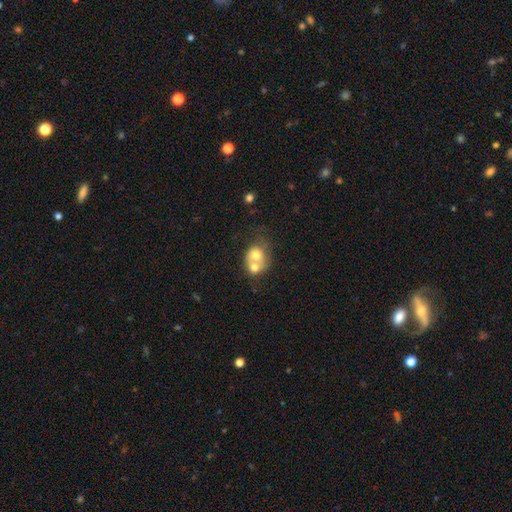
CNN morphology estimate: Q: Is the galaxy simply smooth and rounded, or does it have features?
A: smooth — 64%.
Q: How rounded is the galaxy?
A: round — 63%.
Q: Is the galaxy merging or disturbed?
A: merger — 71%.